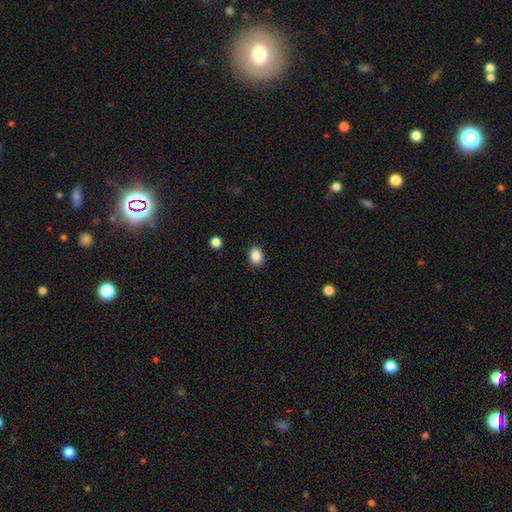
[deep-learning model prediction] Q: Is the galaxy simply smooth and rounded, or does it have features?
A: smooth — 88%.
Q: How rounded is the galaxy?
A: in between — 72%.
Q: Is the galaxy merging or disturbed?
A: none — 87%.